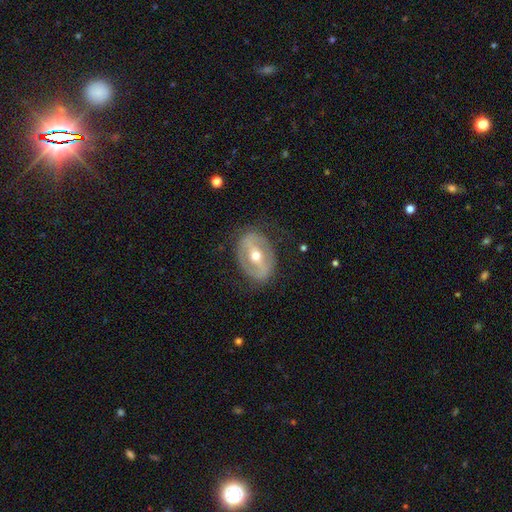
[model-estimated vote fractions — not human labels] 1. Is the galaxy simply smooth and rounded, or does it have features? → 77% featured or disk, 17% smooth, 6% star or artifact.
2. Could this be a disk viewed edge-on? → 92% no, 8% yes.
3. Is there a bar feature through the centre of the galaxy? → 62% strong, 25% weak, 13% no.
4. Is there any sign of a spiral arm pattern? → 51% no, 49% yes.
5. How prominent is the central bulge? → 68% moderate, 27% small, 3% large, 1% dominant, 1% none.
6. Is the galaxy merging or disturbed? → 76% none, 15% minor disturbance, 8% major disturbance, 1% merger.